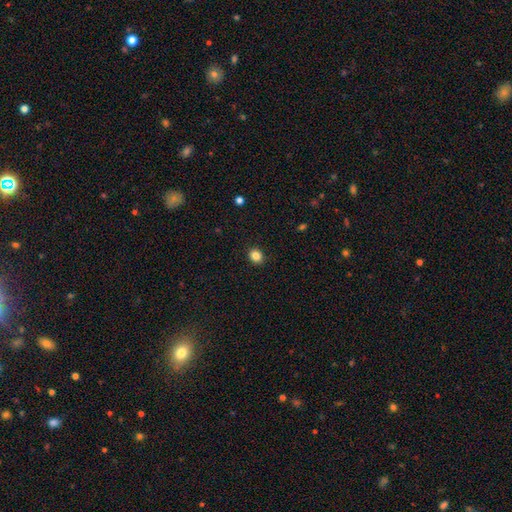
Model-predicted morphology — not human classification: Smooth or featured? smooth (85%)
How rounded? round (73%)
Merging? none (91%)